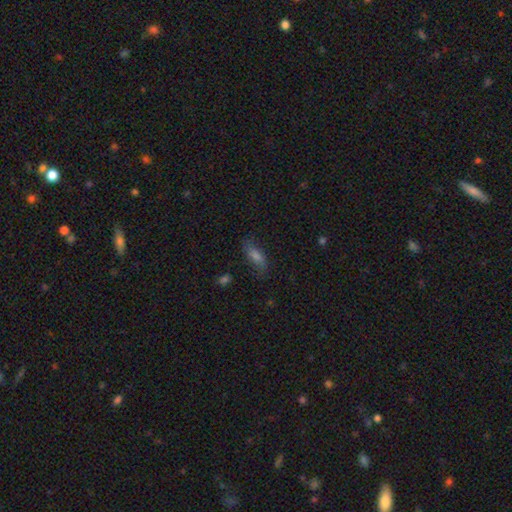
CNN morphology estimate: Overall: smooth (60%; featured or disk 25%). How rounded: in between (61%; cigar-shaped 34%). Merging: none (76%).